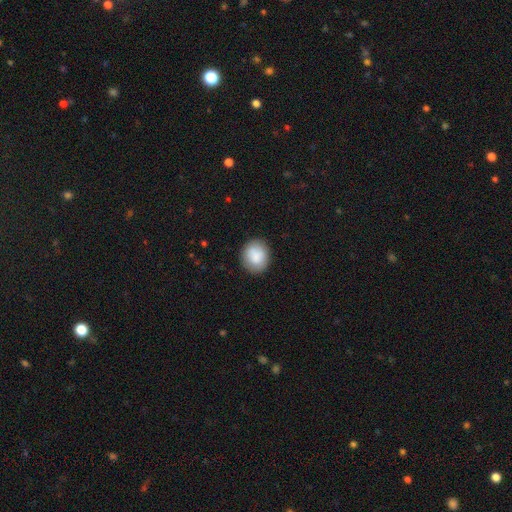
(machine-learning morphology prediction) Smooth or featured: smooth — 86% (featured or disk — 7%)
How rounded: round — 68% (in between — 31%)
Merging: none — 85% (minor disturbance — 11%)